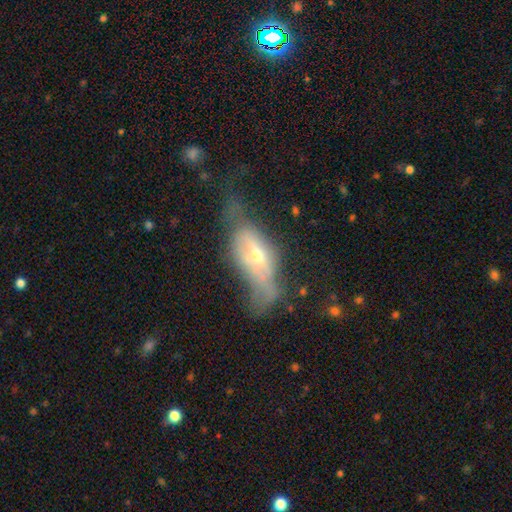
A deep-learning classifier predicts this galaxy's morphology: Q: Smooth or featured?
A: featured or disk (51%); runner-up: smooth (39%)
Q: Edge-on disk?
A: no (60%); runner-up: yes (40%)
Q: Merging?
A: major disturbance (42%); runner-up: minor disturbance (27%)